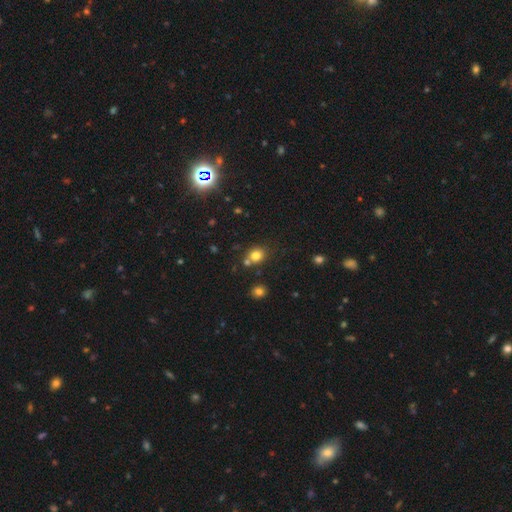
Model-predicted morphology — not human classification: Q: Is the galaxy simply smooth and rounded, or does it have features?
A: smooth — 78%.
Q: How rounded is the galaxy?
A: round — 71%.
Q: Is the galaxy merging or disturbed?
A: none — 64%.